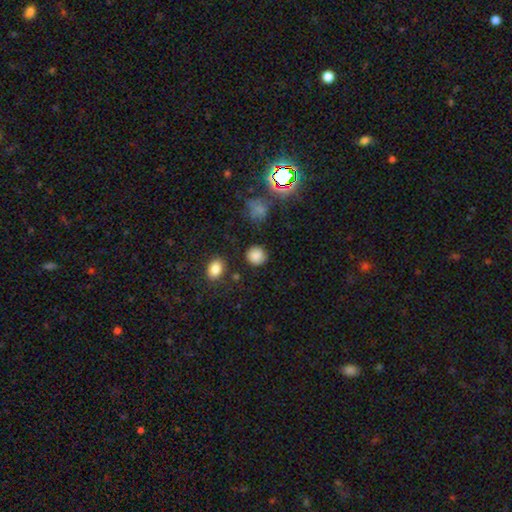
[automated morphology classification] This is clearly a smooth galaxy (83%). How rounded: clearly round (87%). Merging: clearly none (80%).